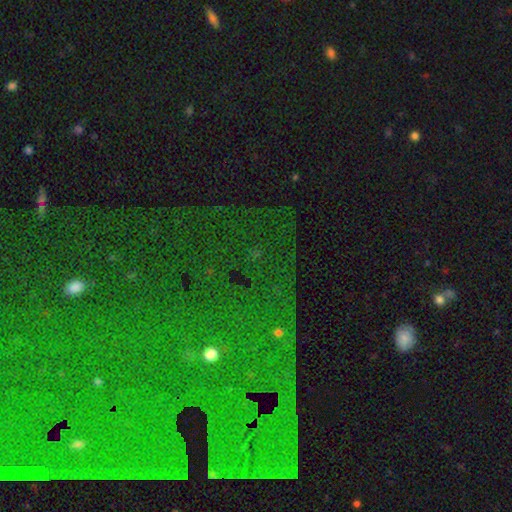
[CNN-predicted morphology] type=star or artifact (75%).